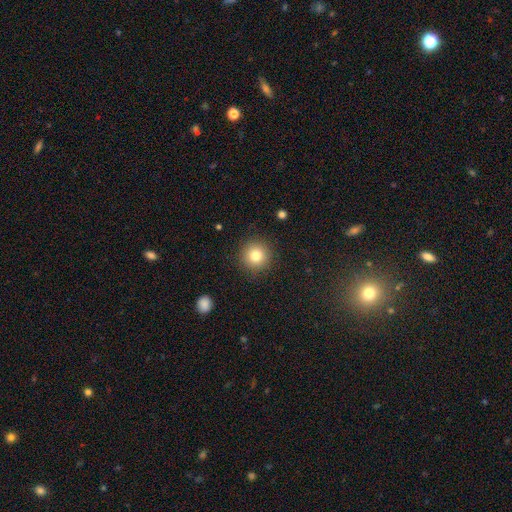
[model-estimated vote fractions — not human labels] Smooth or featured? Predicted: smooth (p=0.81). How rounded? Predicted: round (p=0.95). Merging? Predicted: none (p=0.90).